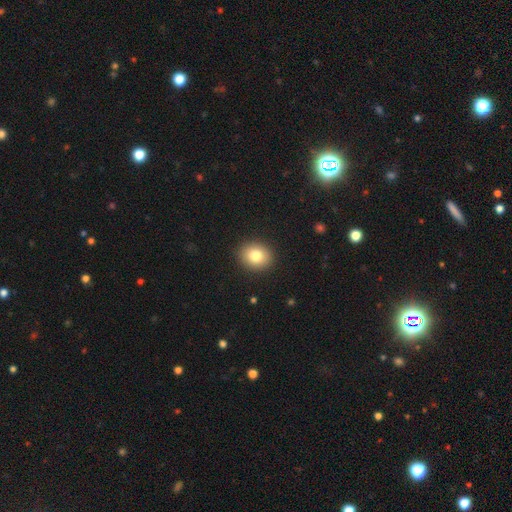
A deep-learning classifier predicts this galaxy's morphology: Overall: smooth (81%). How rounded: round (67%; in between 32%). Merging: none (91%).